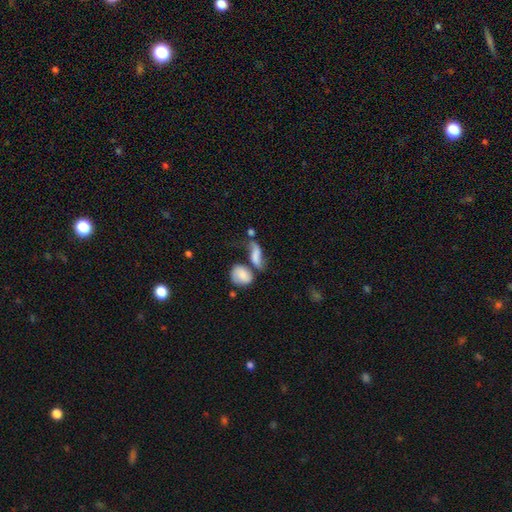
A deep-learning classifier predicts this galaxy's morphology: smooth_or_featured: smooth (p=0.55) [alt: featured or disk p=0.34]
how_rounded: in between (p=0.68) [alt: cigar-shaped p=0.19]
merging: merger (p=0.38) [alt: none p=0.30]